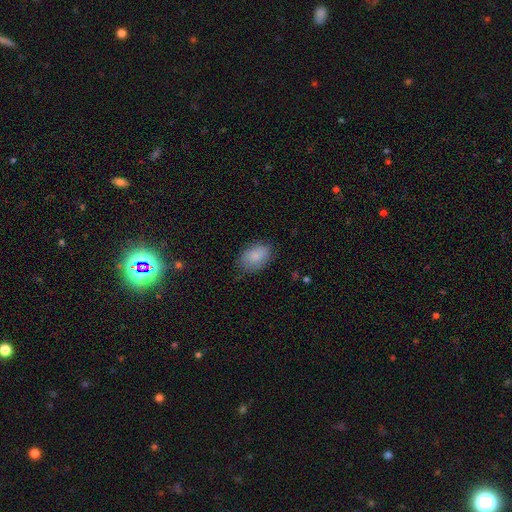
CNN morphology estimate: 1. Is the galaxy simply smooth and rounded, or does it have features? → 86% smooth, 7% featured or disk, 7% star or artifact.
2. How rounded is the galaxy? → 88% in between, 11% round, 1% cigar-shaped.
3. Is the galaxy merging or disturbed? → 74% none, 20% minor disturbance, 5% major disturbance, 1% merger.